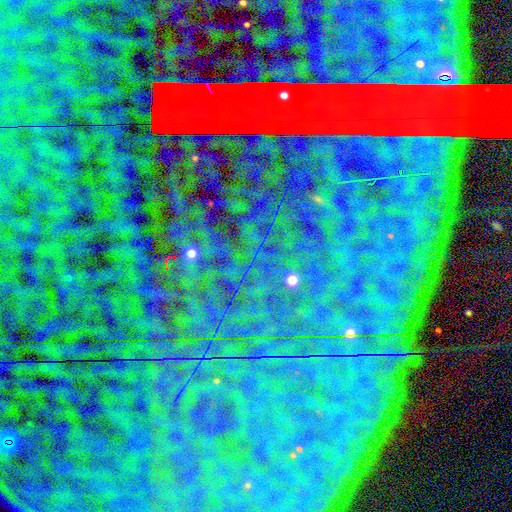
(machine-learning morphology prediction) A star or artifact, not a galaxy (87%).

Vote fractions:
- Smooth or featured? star or artifact: 87% / featured or disk: 7% / smooth: 6%